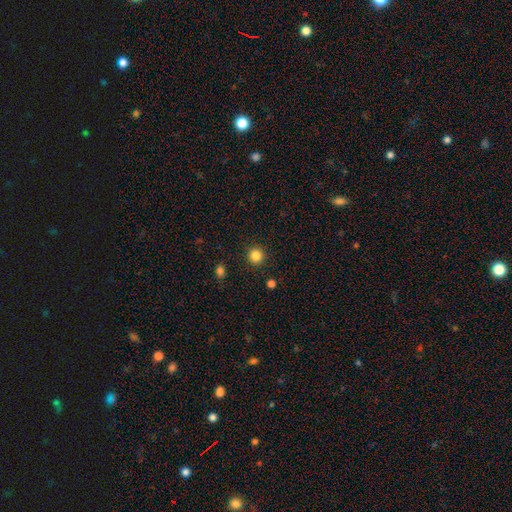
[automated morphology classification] smooth_or_featured: smooth (p=0.85) [alt: star or artifact p=0.12]
how_rounded: round (p=0.95) [alt: in between p=0.04]
merging: none (p=0.92) [alt: minor disturbance p=0.05]